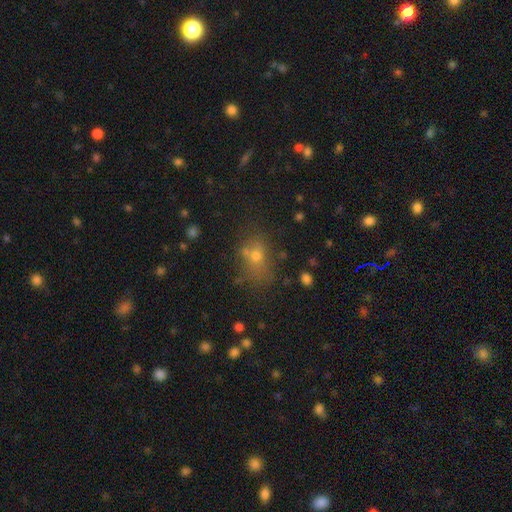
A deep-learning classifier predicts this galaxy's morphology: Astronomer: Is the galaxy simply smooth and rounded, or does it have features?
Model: smooth — 61%.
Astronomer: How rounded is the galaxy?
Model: in between — 57% (runner-up: round, 40%).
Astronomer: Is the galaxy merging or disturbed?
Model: none — 61%.